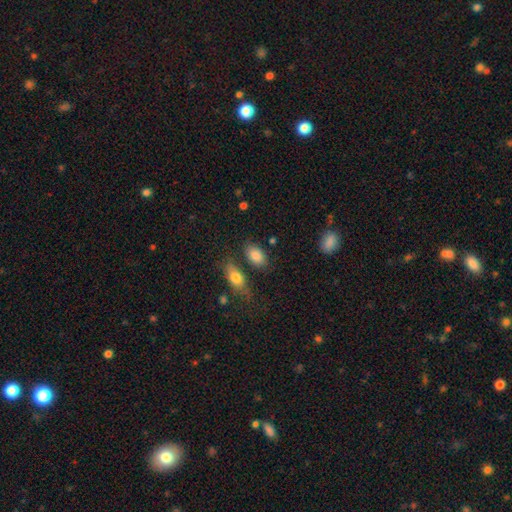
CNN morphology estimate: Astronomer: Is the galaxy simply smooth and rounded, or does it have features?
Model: smooth — 85%.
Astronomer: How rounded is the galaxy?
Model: in between — 88%.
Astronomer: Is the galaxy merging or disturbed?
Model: none — 71%.